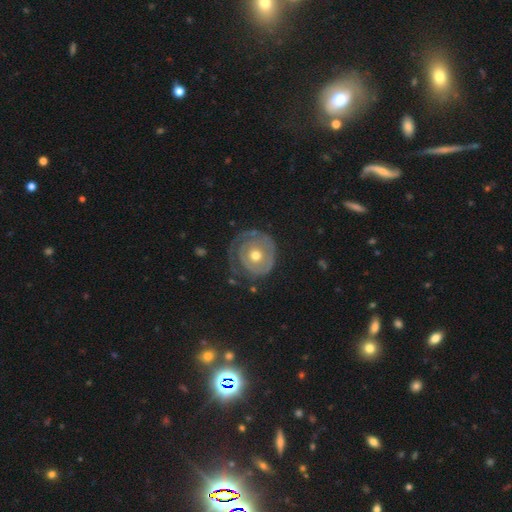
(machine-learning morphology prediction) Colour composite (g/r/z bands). It shows a featured or disk galaxy (69%) with no bar (85%), spiral arms (66%) and a moderate central bulge (70%). Merging: none (59%).